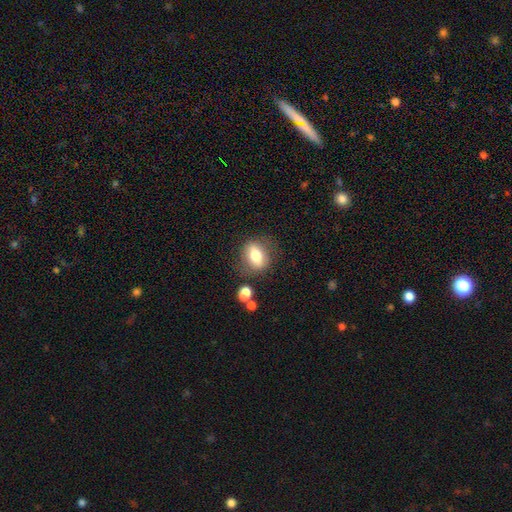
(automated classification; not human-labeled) Smooth or featured? smooth (68%)
How rounded? in between (67%)
Merging? none (77%)